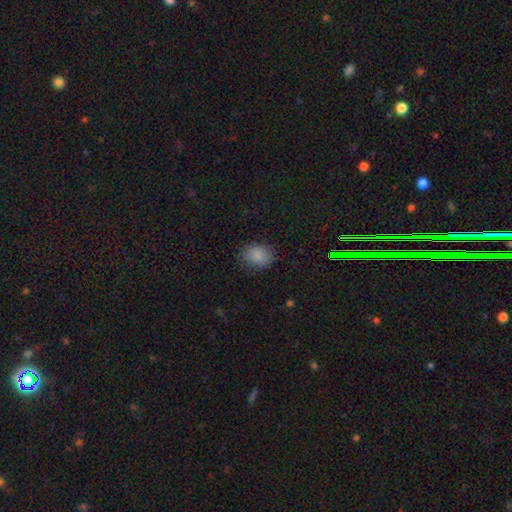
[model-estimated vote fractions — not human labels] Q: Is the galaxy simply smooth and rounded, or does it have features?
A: smooth — 86%.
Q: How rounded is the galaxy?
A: in between — 56%.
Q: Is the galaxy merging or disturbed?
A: none — 78%.